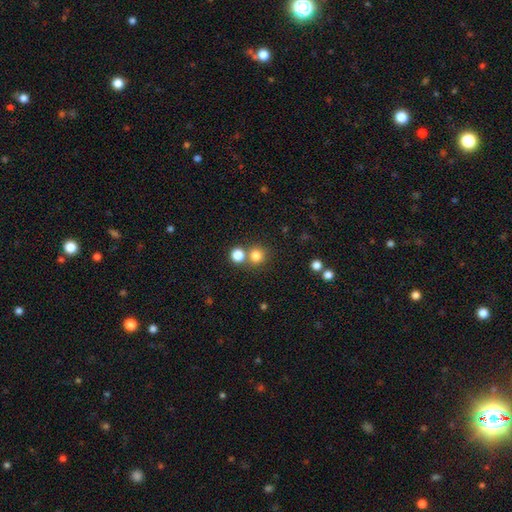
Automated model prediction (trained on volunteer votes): smooth-or-featured: smooth: 79% | star or artifact: 14% | featured or disk: 6%
  how-rounded: round: 91% | in between: 8% | cigar-shaped: 1%
  merging: none: 65% | merger: 26% | minor disturbance: 6% | major disturbance: 3%